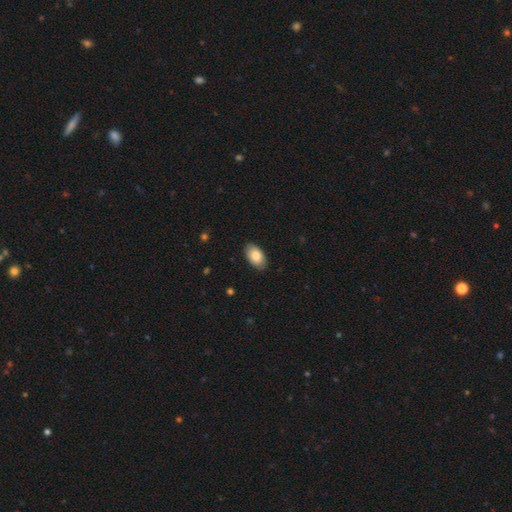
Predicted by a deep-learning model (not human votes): A smooth galaxy with no disk features (84%) that is in between round and cigar-shaped (93%).

Vote fractions:
- Smooth or featured? smooth: 84% / featured or disk: 10% / star or artifact: 6%
- How rounded? in between: 93% / round: 5% / cigar-shaped: 1%
- Merging? none: 87% / minor disturbance: 10% / major disturbance: 2% / merger: 1%